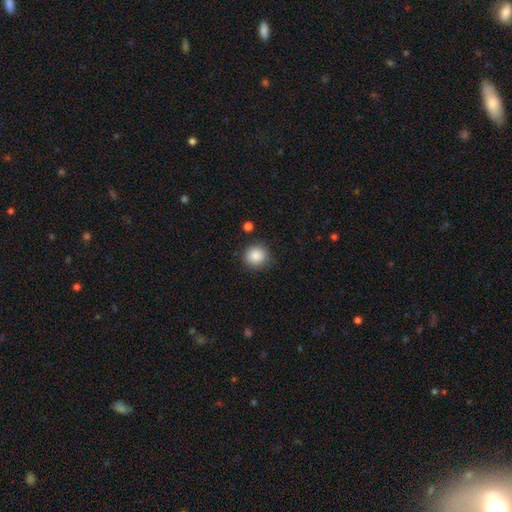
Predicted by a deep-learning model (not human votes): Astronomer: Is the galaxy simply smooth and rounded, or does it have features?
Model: smooth — 87%.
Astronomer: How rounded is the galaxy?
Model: round — 89%.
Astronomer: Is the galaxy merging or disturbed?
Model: none — 85%.